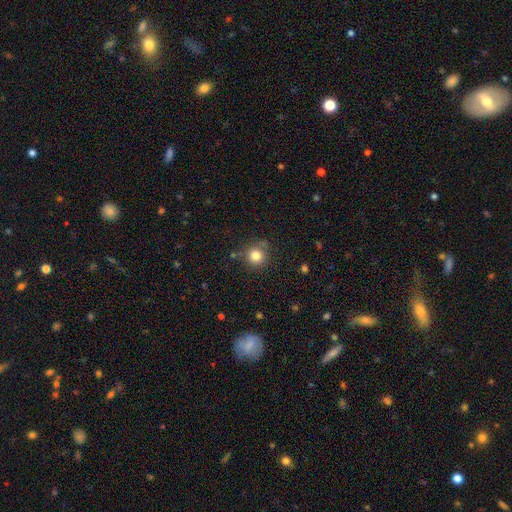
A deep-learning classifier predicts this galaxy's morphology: Smooth or featured: smooth — 82% (star or artifact — 12%)
How rounded: round — 93% (in between — 6%)
Merging: none — 80% (minor disturbance — 11%)